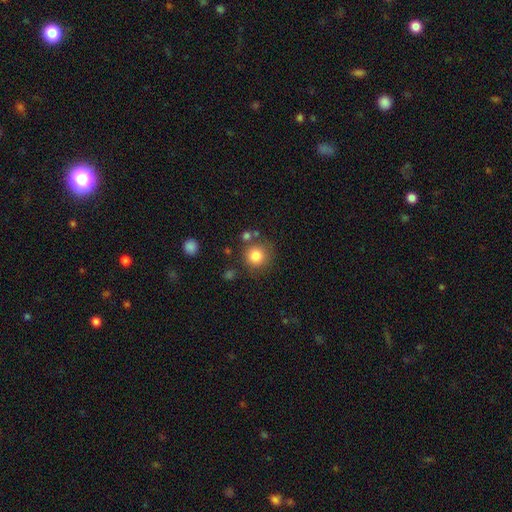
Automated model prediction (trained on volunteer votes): Smooth or featured?
  - smooth: 83% *
  - star or artifact: 11%
  - featured or disk: 7%
How rounded?
  - round: 92% *
  - in between: 7%
  - cigar-shaped: 1%
Merging?
  - none: 76% *
  - minor disturbance: 11%
  - merger: 9%
  - major disturbance: 5%